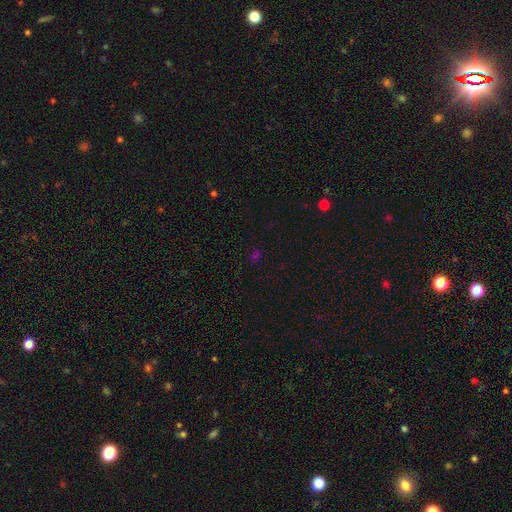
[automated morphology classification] A star or artifact, not a galaxy (50%).